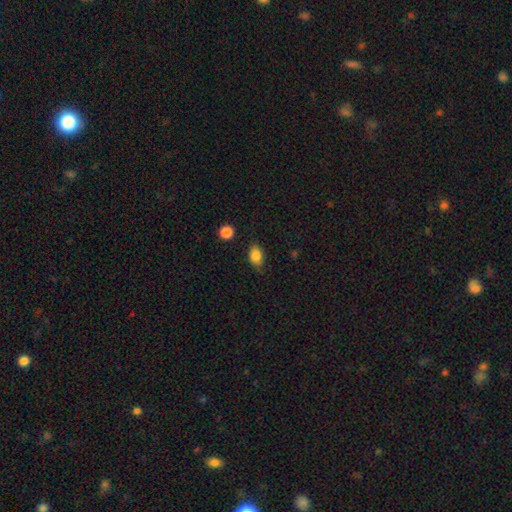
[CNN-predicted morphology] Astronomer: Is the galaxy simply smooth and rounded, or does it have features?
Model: smooth — 85%.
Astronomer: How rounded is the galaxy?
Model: in between — 80%.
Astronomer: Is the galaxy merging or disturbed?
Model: none — 79%.